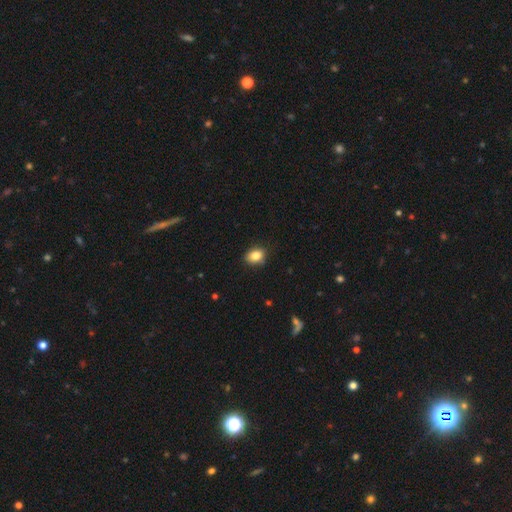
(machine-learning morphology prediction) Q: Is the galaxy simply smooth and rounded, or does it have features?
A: smooth — 85%.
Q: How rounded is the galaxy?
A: in between — 57%.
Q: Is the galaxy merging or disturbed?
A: none — 82%.